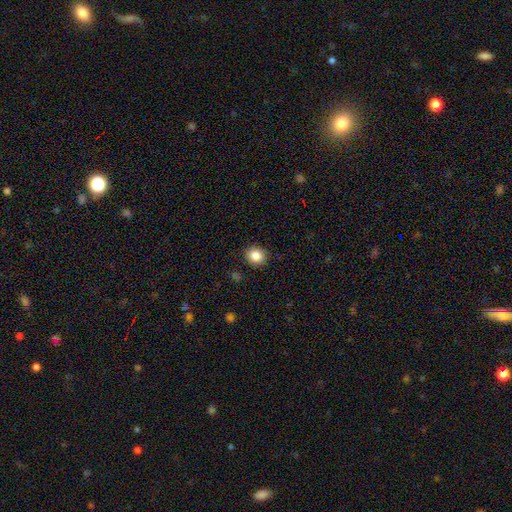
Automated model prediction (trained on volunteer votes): This appears to be a smooth galaxy with no disk features (85%) that is round (83%). Merging: none (88%).